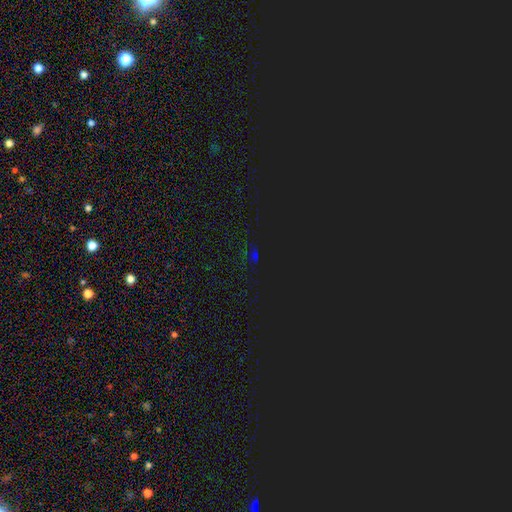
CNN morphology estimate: Overall: star or artifact (75%).